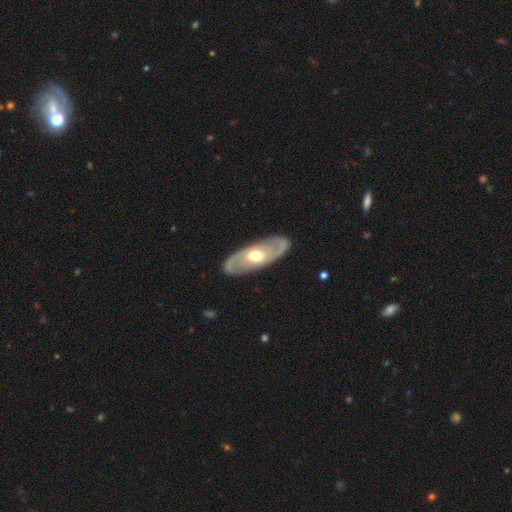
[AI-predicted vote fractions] smooth-or-featured: featured or disk: 77% | smooth: 19% | star or artifact: 4%
  disk-edge-on: no: 88% | yes: 12%
    bar: no: 73% | weak: 21% | strong: 6%
    has-spiral-arms: yes: 80% | no: 20%
      spiral-winding: medium: 43% | tight: 32% | loose: 25%
      spiral-arm-count: 2: 86% | can't tell: 8% | 1: 2% | 3: 2% | 4: 1% | more than 4: 1%
    bulge-size: moderate: 75% | small: 13% | large: 10% | dominant: 1% | none: 1%
  merging: none: 88% | minor disturbance: 9% | major disturbance: 3% | merger: 1%